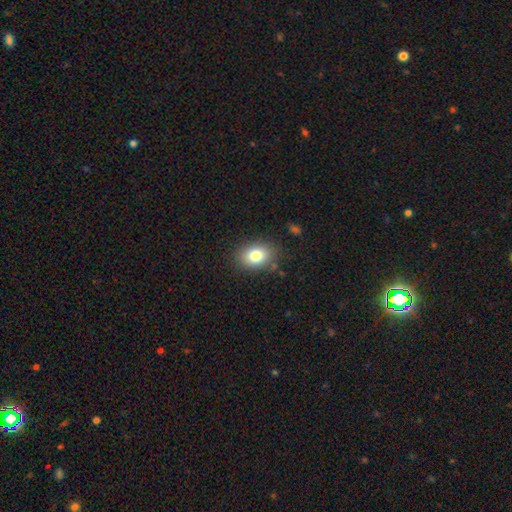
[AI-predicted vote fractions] Smooth or featured: smooth — 80% (featured or disk — 11%)
How rounded: in between — 73% (round — 26%)
Merging: none — 83% (minor disturbance — 12%)